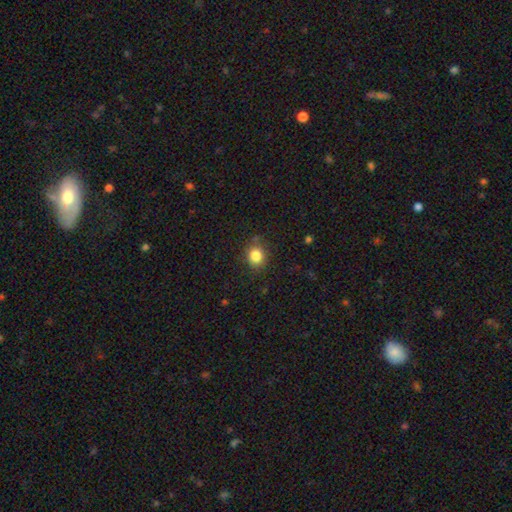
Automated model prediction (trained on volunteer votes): Morphology: type=smooth (84%); roundness=round (75%); merging=none (82%).